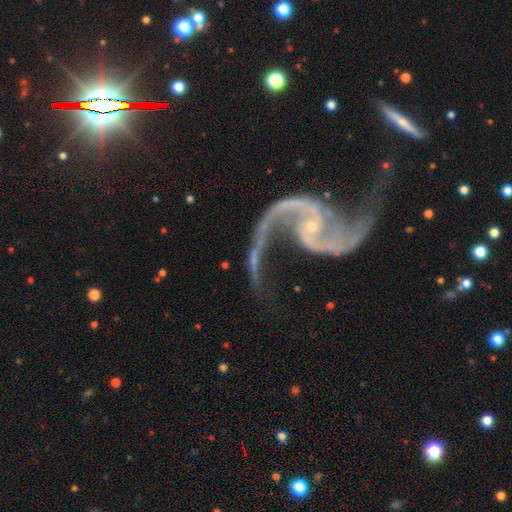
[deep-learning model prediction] Overall: featured or disk (93%). Edge-on disk: no (98%). Bar: no (56%; weak 28%). Spiral arms: yes (98%). Spiral arm count: 2 (94%). Spiral winding: loose (73%). Bulge size: small (86%). Merging: none (57%; major disturbance 19%).